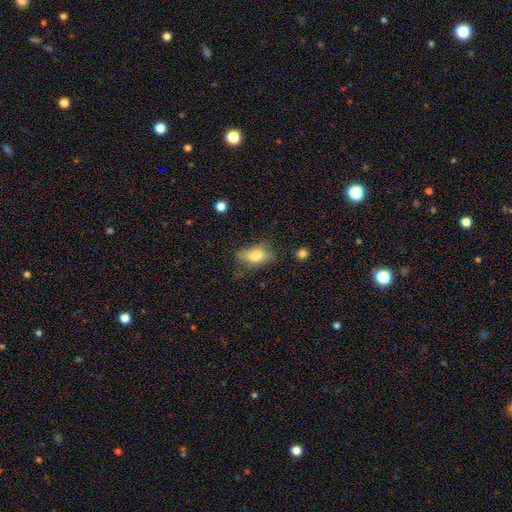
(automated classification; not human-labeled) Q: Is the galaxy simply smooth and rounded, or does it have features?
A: smooth — 73%.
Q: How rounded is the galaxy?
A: in between — 85%.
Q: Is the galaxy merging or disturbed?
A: none — 50%.